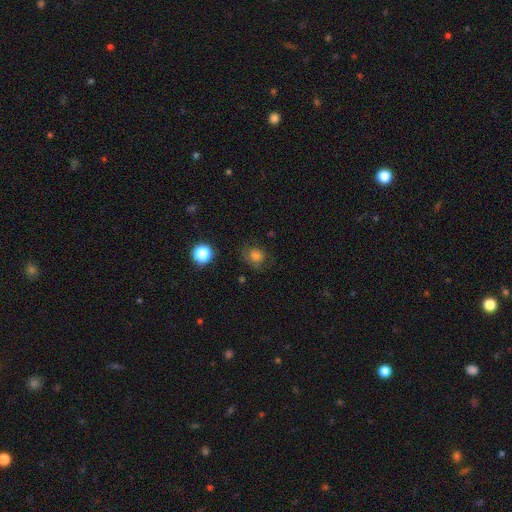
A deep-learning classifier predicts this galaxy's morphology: Smooth or featured? smooth (72%)
How rounded? round (77%)
Merging? none (64%)